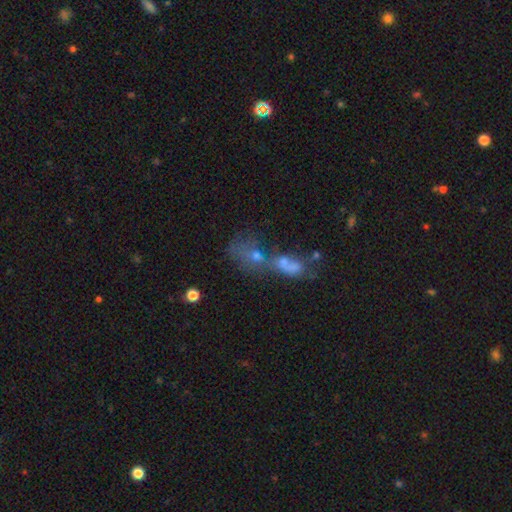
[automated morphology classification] Smooth or featured: smooth — 52% (featured or disk — 29%)
How rounded: in between — 62% (round — 30%)
Merging: merger — 63% (major disturbance — 15%)